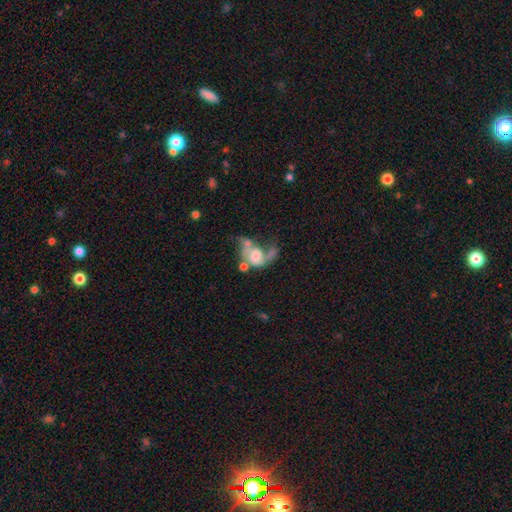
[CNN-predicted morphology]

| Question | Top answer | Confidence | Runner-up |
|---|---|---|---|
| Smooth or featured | featured or disk | 63% | smooth (28%) |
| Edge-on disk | no | 97% | yes (3%) |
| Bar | no | 68% | weak (26%) |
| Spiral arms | yes | 66% | no (34%) |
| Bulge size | moderate | 49% | small (21%) |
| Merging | major disturbance | 37% | merger (34%) |